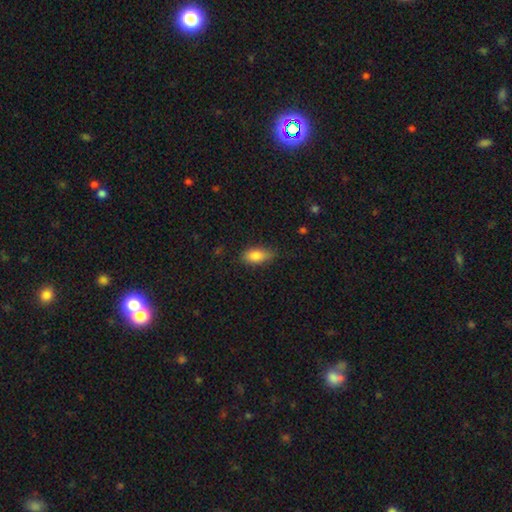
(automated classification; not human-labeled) Morphology: type=smooth (83%); roundness=in between (87%); merging=none (71%).